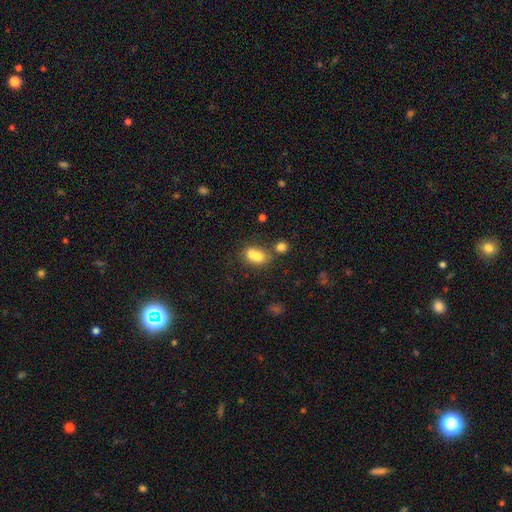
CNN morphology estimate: This is likely a smooth galaxy (70%). How rounded: possibly in between (50%). Merging: likely merger (61%).